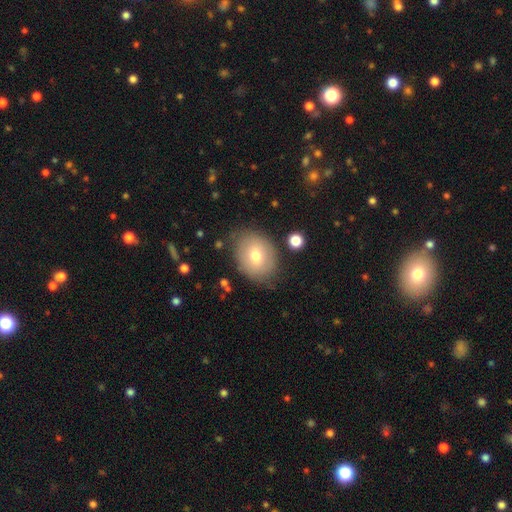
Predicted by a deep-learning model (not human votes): A smooth galaxy with no disk features (69%) that is in between round and cigar-shaped (59%). Merging: none (76%).